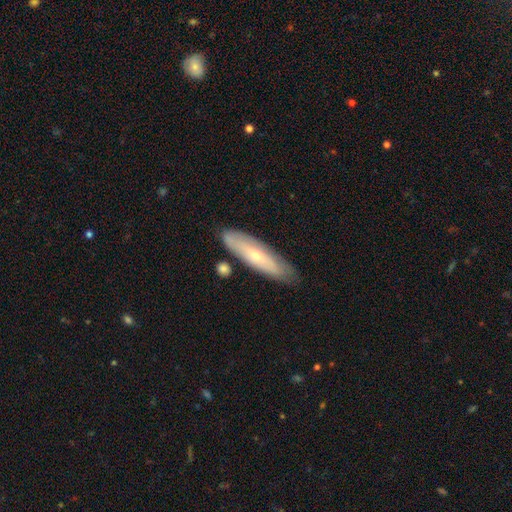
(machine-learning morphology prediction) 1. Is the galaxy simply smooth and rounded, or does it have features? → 50% smooth, 44% featured or disk, 6% star or artifact.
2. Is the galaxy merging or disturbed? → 77% none, 16% minor disturbance, 4% merger, 3% major disturbance.